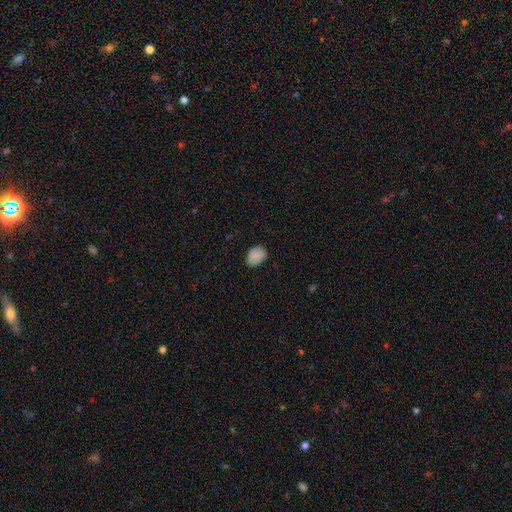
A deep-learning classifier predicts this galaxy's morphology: The model was most divided on "how rounded": in between: 72%, round: 27%, cigar-shaped: 1%. More confident: smooth or featured — smooth (87%); merging — none (79%).